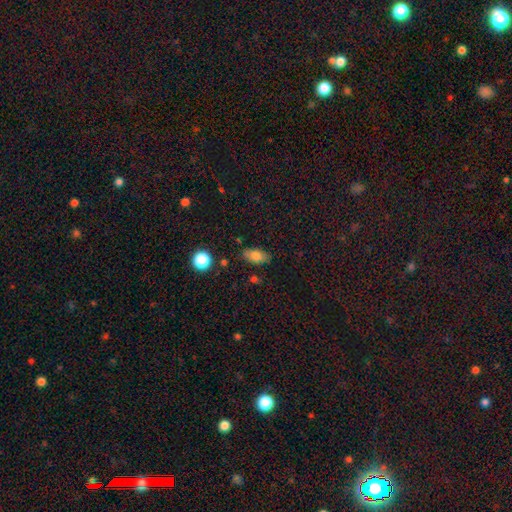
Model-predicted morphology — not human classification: smooth_or_featured: smooth (p=0.78) [alt: featured or disk p=0.12]
how_rounded: in between (p=0.86) [alt: round p=0.07]
merging: none (p=0.80) [alt: minor disturbance p=0.14]